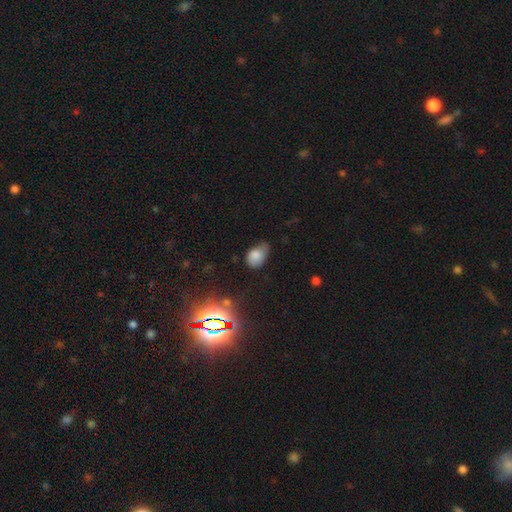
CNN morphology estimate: Smooth or featured? smooth (77%)
How rounded? in between (79%)
Merging? minor disturbance (44%)